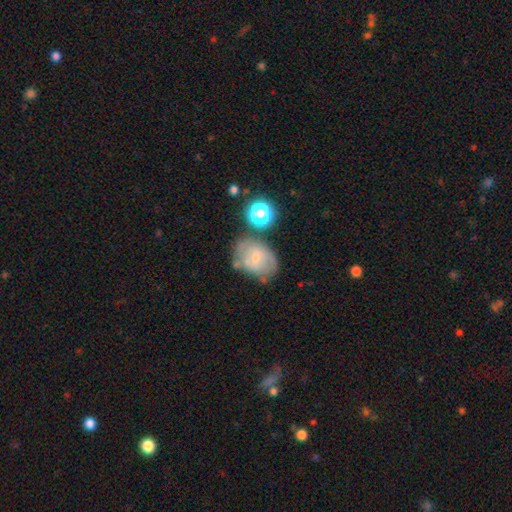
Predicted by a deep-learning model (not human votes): smooth-or-featured: featured or disk: 47% | smooth: 43% | star or artifact: 11%
  merging: none: 52% | minor disturbance: 24% | merger: 13% | major disturbance: 11%